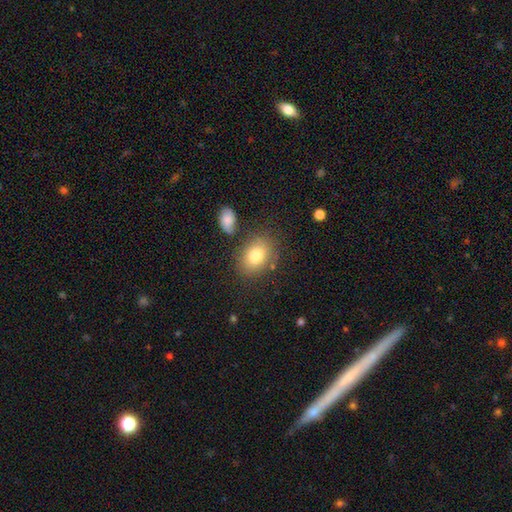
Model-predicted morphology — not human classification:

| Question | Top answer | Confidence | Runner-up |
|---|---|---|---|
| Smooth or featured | smooth | 80% | featured or disk (11%) |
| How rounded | in between | 67% | round (31%) |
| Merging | none | 76% | minor disturbance (14%) |